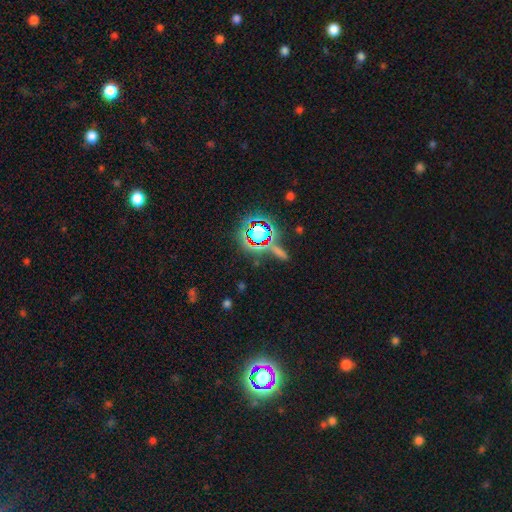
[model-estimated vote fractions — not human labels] The model was most divided on "smooth or featured": star or artifact: 80%, smooth: 12%, featured or disk: 8%.